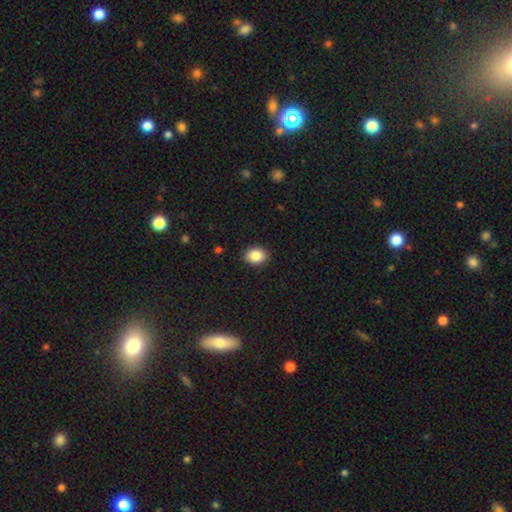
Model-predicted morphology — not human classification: smooth-or-featured: smooth: 86% | star or artifact: 8% | featured or disk: 5%
  how-rounded: in between: 62% | round: 37% | cigar-shaped: 1%
  merging: none: 89% | minor disturbance: 8% | major disturbance: 2% | merger: 1%